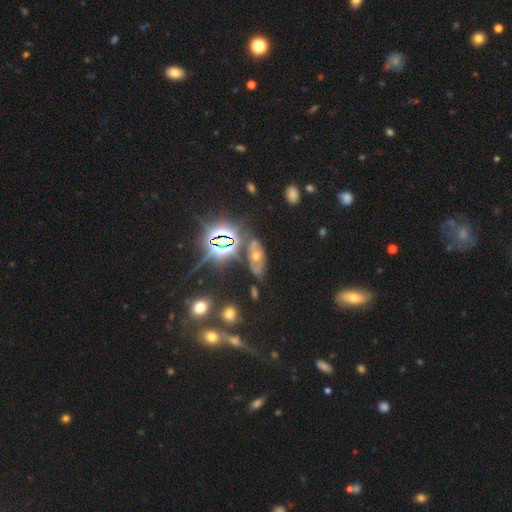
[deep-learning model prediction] Smooth or featured? Predicted: star or artifact (p=0.46).